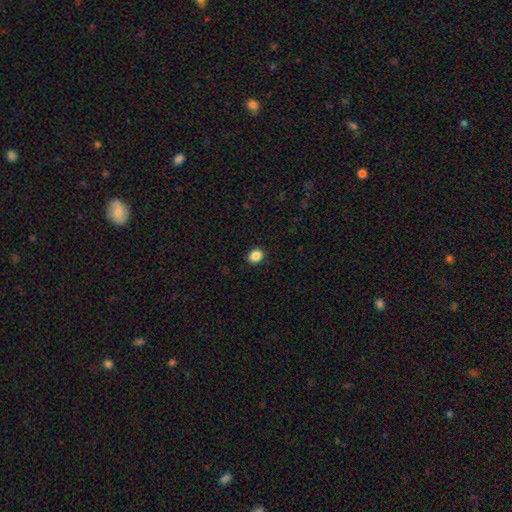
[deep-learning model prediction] Q: Smooth or featured?
A: smooth (87%); runner-up: star or artifact (10%)
Q: How rounded?
A: round (65%); runner-up: in between (35%)
Q: Merging?
A: none (91%); runner-up: minor disturbance (6%)